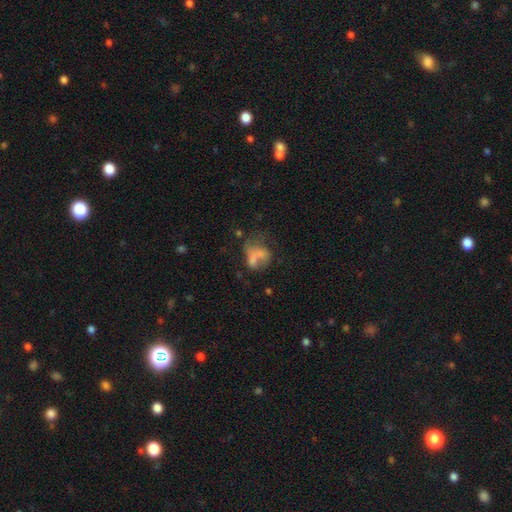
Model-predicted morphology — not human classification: Smooth or featured? Predicted: smooth (p=0.56). How rounded? Predicted: in between (p=0.65). Merging? Predicted: major disturbance (p=0.32).